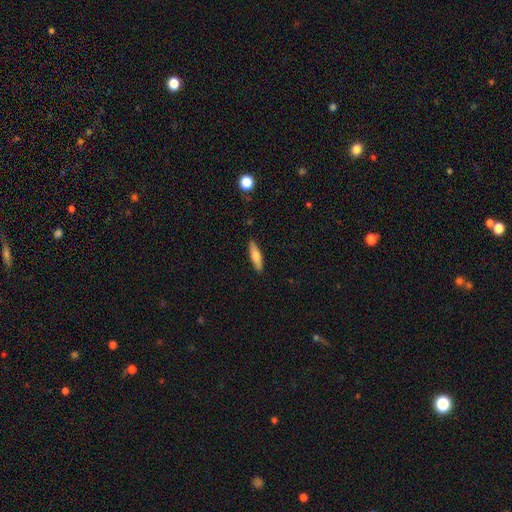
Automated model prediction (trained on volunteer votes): Overall: smooth (63%; featured or disk 31%). How rounded: cigar-shaped (74%). Merging: none (89%).